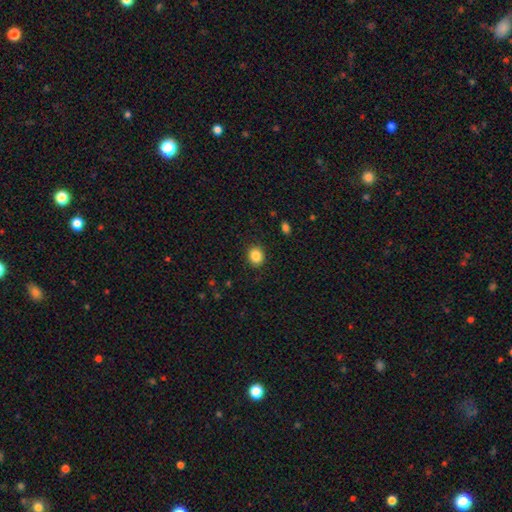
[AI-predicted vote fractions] smooth_or_featured: smooth (p=0.86) [alt: star or artifact p=0.10]
how_rounded: round (p=0.71) [alt: in between p=0.28]
merging: none (p=0.90) [alt: minor disturbance p=0.07]